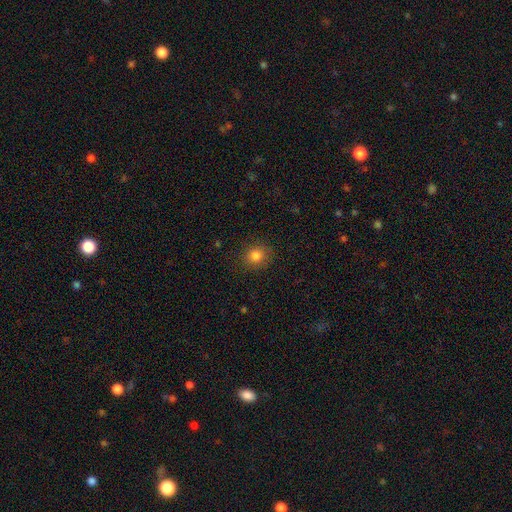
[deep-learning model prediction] A smooth galaxy with no disk features (83%) that is round (81%). Merging: none (87%).